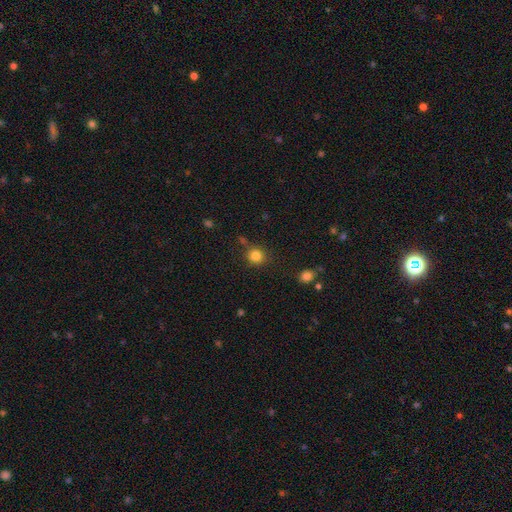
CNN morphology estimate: smooth 83%, star or artifact 12%, featured or disk 5%. Down the decision tree: how rounded — round (90%); merging — none (79%).